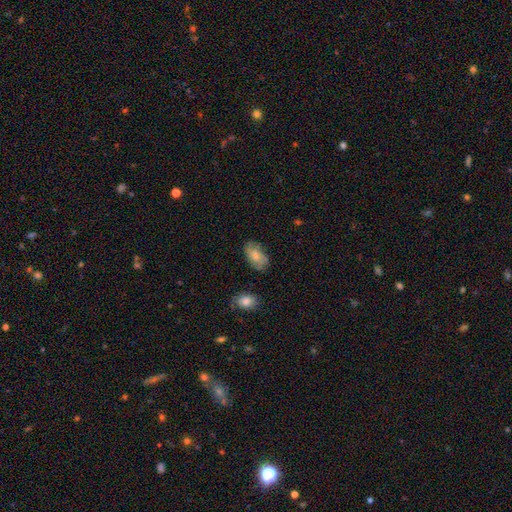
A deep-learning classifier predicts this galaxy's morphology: The model was most divided on "smooth or featured": smooth: 67%, featured or disk: 25%, star or artifact: 8%. More confident: how rounded — in between (92%); merging — none (72%).